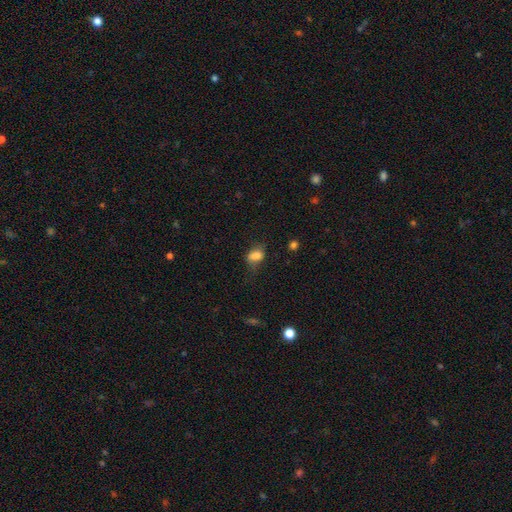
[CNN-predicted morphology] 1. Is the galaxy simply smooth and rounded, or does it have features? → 78% smooth, 12% featured or disk, 10% star or artifact.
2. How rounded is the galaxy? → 77% in between, 20% round, 3% cigar-shaped.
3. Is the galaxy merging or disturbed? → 49% none, 31% minor disturbance, 17% major disturbance, 3% merger.